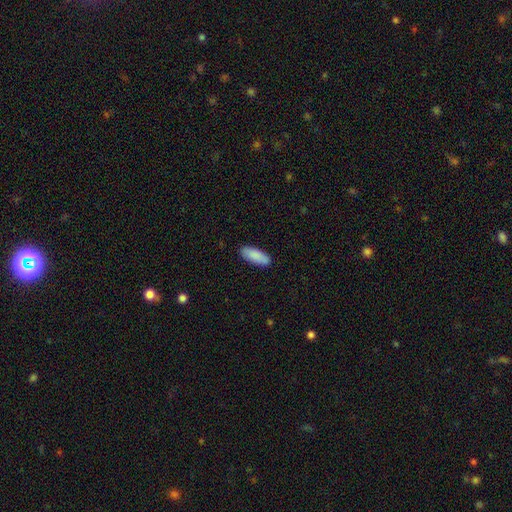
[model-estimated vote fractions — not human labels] This appears to be a smooth galaxy with no disk features (89%) that is in between round and cigar-shaped (74%). Merging: none (88%).